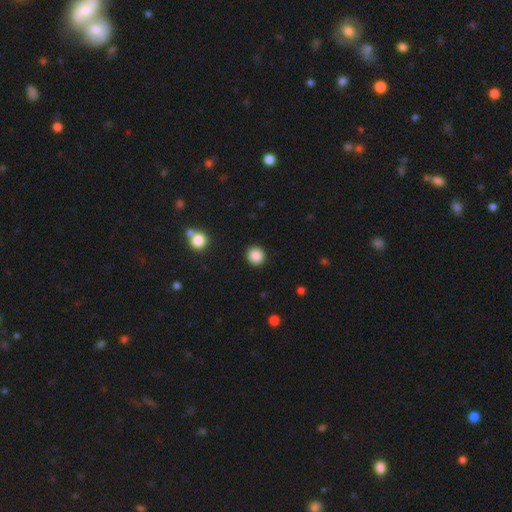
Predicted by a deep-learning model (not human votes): A smooth galaxy with no disk features (88%) that is round (92%).

Vote fractions:
- Smooth or featured? smooth: 88% / star or artifact: 9% / featured or disk: 3%
- How rounded? round: 92% / in between: 7% / cigar-shaped: 1%
- Merging? none: 92% / minor disturbance: 5% / major disturbance: 2% / merger: 1%